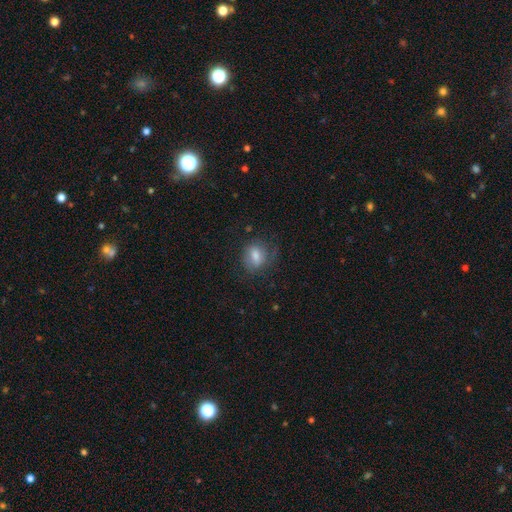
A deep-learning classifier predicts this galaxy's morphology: This is likely a smooth galaxy (64%). How rounded: possibly in between (57%). Merging: likely none (65%).